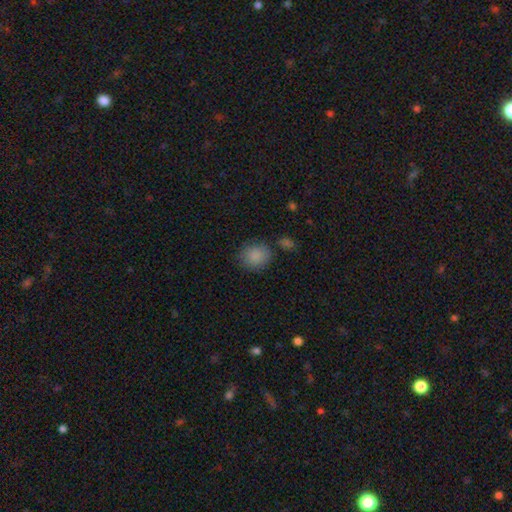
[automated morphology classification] A smooth galaxy with no disk features (86%) that is round (78%).

Vote fractions:
- Smooth or featured? smooth: 86% / star or artifact: 9% / featured or disk: 5%
- How rounded? round: 78% / in between: 21% / cigar-shaped: 1%
- Merging? none: 78% / minor disturbance: 13% / merger: 5% / major disturbance: 4%